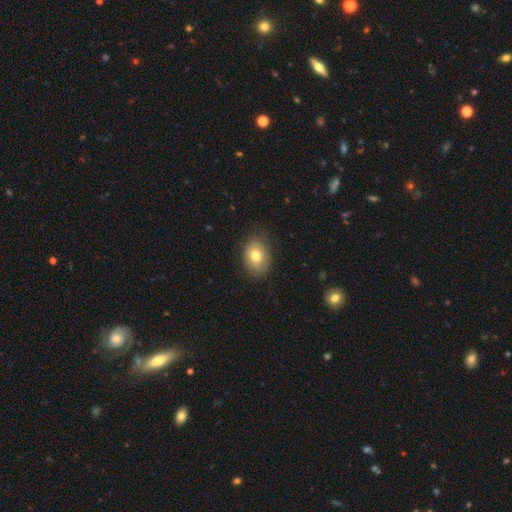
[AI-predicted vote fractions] Morphology: type=smooth (77%); roundness=in between (72%); merging=none (77%).